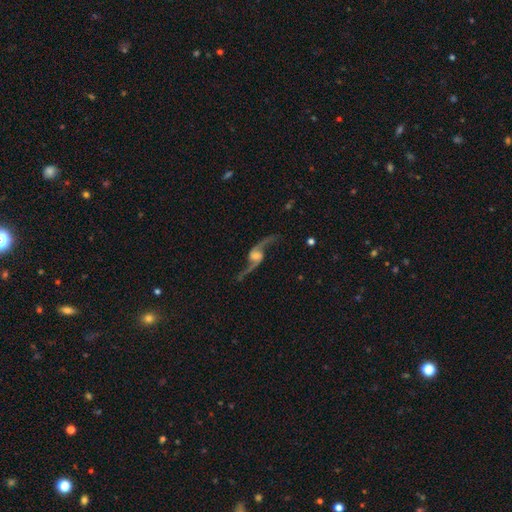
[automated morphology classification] The model was most divided on "bar" (2-way tie): no: 42%, weak: 42%, strong: 16%. Remaining: spiral arms — yes (97%); spiral arm count — 2 (94%); edge-on disk — no (93%); smooth or featured — featured or disk (90%); spiral winding — loose (90%); merging — none (78%); bulge size — moderate (30%).